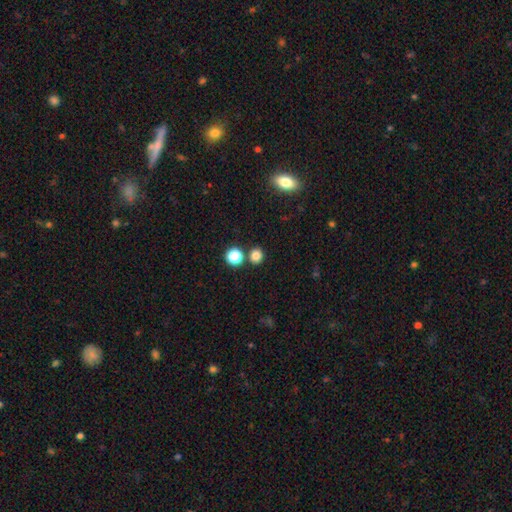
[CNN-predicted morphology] Smooth or featured? Predicted: smooth (p=0.81). How rounded? Predicted: round (p=0.84). Merging? Predicted: none (p=0.80).